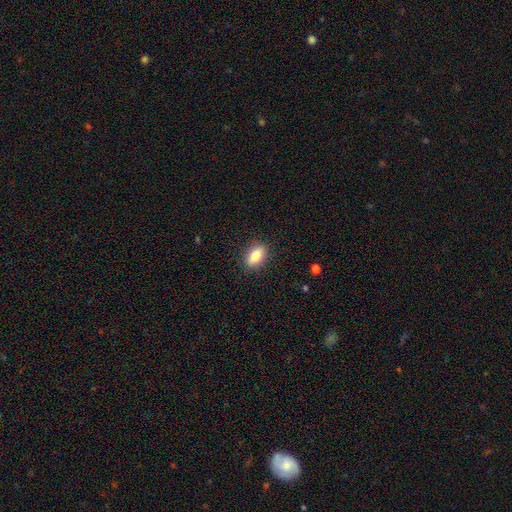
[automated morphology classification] This is likely a smooth galaxy (78%). How rounded: clearly in between (82%). Merging: clearly none (86%).